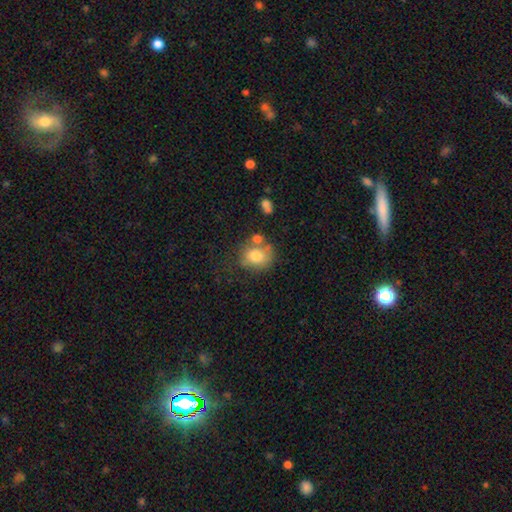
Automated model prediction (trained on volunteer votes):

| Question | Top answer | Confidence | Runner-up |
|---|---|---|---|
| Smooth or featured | smooth | 76% | featured or disk (16%) |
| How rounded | round | 64% | in between (35%) |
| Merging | none | 50% | merger (22%) |